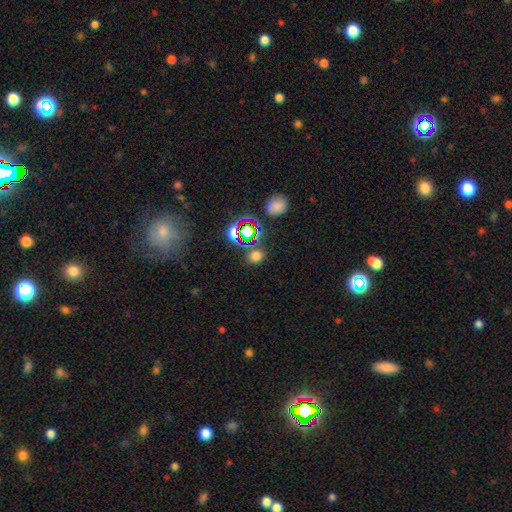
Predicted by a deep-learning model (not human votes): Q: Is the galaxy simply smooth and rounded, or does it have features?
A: smooth — 63%.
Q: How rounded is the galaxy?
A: round — 76%.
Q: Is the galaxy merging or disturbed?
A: none — 76%.